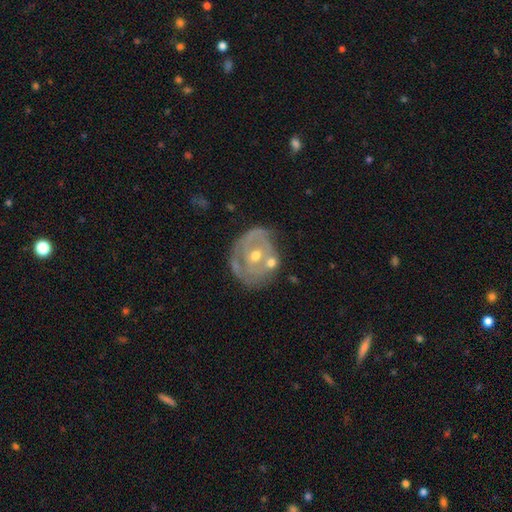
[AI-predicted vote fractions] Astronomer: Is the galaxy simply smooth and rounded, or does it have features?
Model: featured or disk — 70%.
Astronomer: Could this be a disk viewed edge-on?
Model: no — 96%.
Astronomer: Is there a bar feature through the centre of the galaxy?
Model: no — 71%.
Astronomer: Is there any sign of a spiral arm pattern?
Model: no — 59% (runner-up: yes, 41%).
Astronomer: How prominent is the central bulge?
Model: moderate — 64%.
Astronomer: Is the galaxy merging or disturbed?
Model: none — 51%.